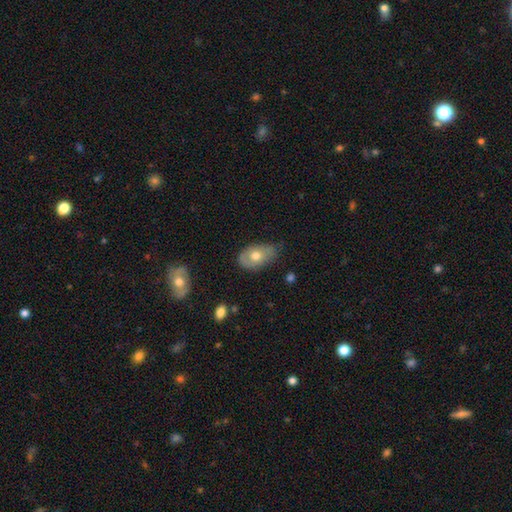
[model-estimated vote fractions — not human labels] Smooth or featured? Predicted: smooth (p=0.59). How rounded? Predicted: in between (p=0.86). Merging? Predicted: none (p=0.53).